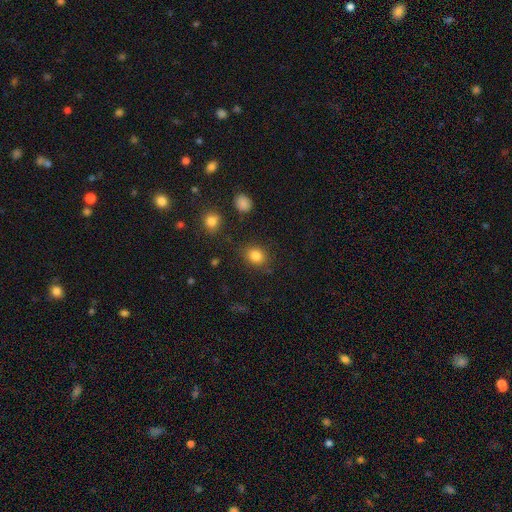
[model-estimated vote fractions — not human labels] Morphology: type=smooth (83%); roundness=round (55%); merging=none (80%).